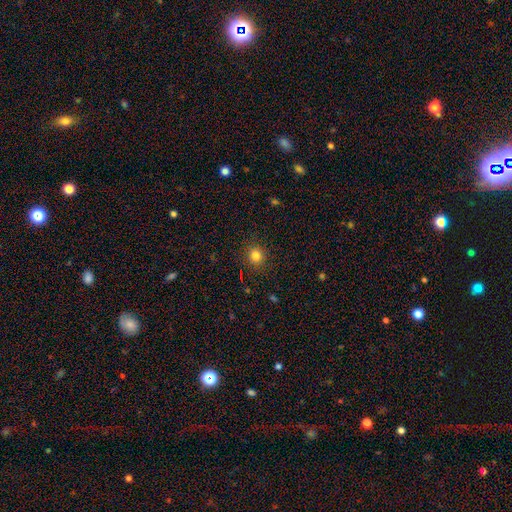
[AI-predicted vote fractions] Smooth or featured: smooth — 82% (star or artifact — 13%)
How rounded: round — 90% (in between — 9%)
Merging: none — 90% (minor disturbance — 6%)